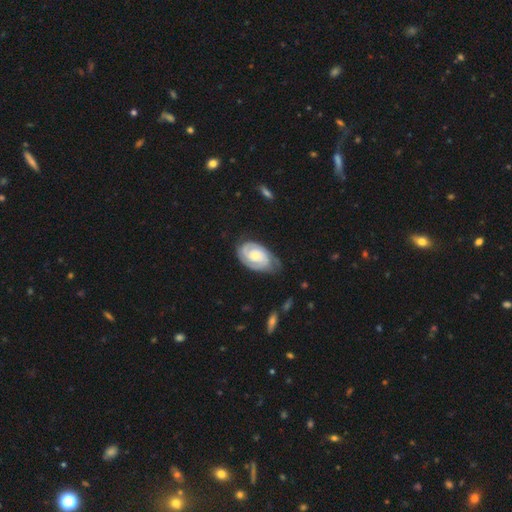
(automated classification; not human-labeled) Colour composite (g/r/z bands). It shows a featured or disk galaxy (84%) with no bar (68%), 2 (66%) tight (72%) spiral arms (96%) and a small central bulge (49%). Merging: none (69%).